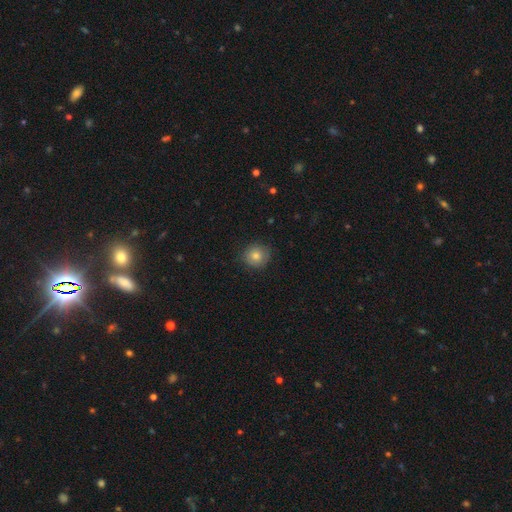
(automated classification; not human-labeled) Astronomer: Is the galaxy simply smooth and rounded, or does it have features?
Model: smooth — 77%.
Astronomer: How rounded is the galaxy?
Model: round — 92%.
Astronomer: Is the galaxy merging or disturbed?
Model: none — 85%.